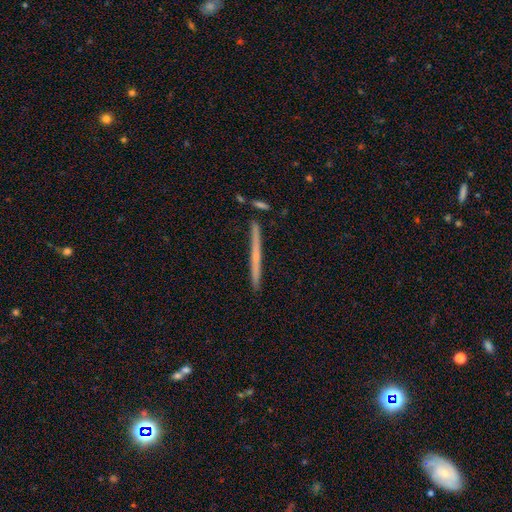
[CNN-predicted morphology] Q: Smooth or featured?
A: featured or disk (51%); runner-up: smooth (42%)
Q: Edge-on disk?
A: yes (97%); runner-up: no (3%)
Q: Merging?
A: none (89%); runner-up: minor disturbance (7%)